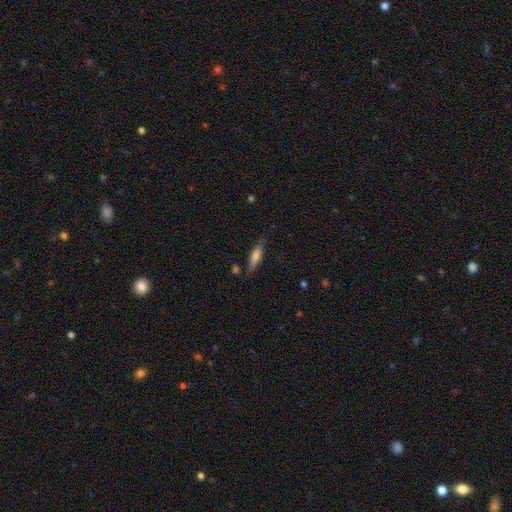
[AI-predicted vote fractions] A smooth galaxy with no disk features (54%) that is cigar-shaped (75%). Merging: none (78%).